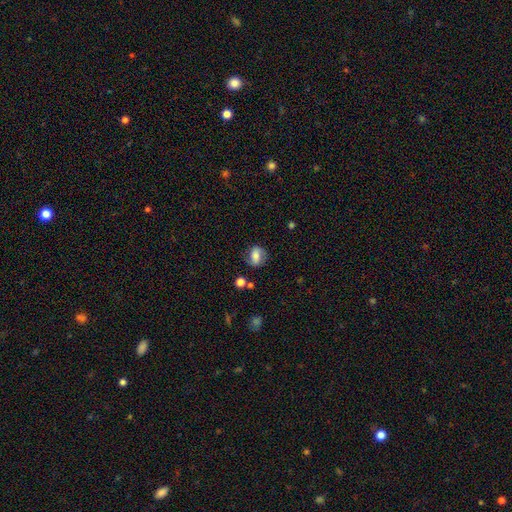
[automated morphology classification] Smooth or featured?
  - smooth: 58% *
  - featured or disk: 32%
  - star or artifact: 10%
How rounded?
  - in between: 58% *
  - round: 40%
  - cigar-shaped: 2%
Merging?
  - none: 73% *
  - minor disturbance: 18%
  - major disturbance: 6%
  - merger: 3%